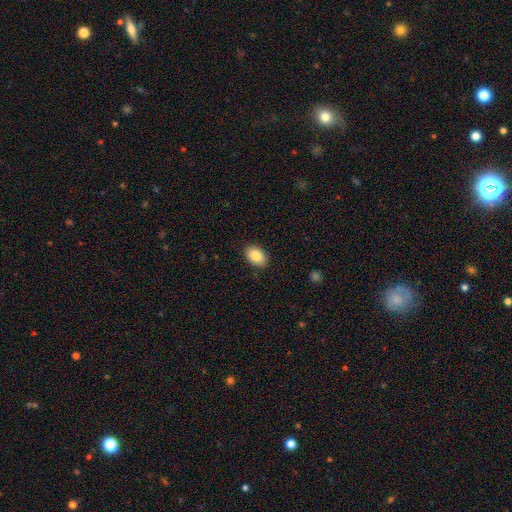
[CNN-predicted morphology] Q: Smooth or featured?
A: smooth (87%); runner-up: star or artifact (7%)
Q: How rounded?
A: in between (86%); runner-up: round (13%)
Q: Merging?
A: none (88%); runner-up: minor disturbance (9%)